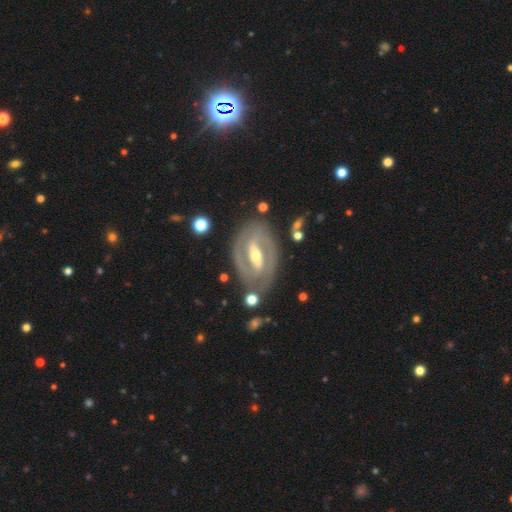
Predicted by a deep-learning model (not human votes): Q: Smooth or featured?
A: featured or disk (88%); runner-up: smooth (7%)
Q: Edge-on disk?
A: no (95%); runner-up: yes (5%)
Q: Bar?
A: strong (64%); runner-up: weak (26%)
Q: Spiral arms?
A: yes (90%); runner-up: no (10%)
Q: Spiral winding?
A: tight (55%); runner-up: medium (36%)
Q: Spiral arm count?
A: 2 (86%); runner-up: can't tell (6%)
Q: Bulge size?
A: moderate (60%); runner-up: small (33%)
Q: Merging?
A: none (80%); runner-up: minor disturbance (13%)